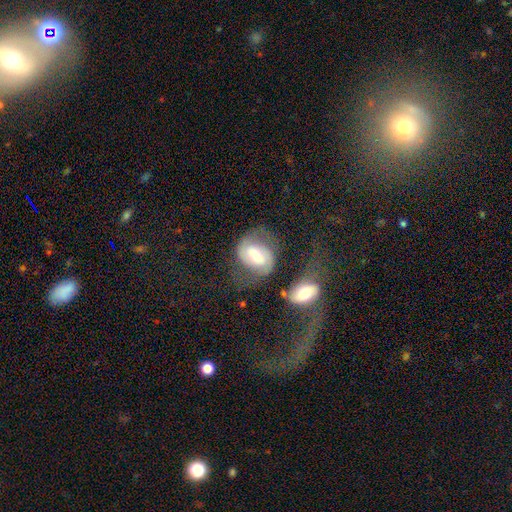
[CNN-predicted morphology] smooth-or-featured: featured or disk: 62% | smooth: 31% | star or artifact: 7%
  disk-edge-on: no: 96% | yes: 4%
    bar: weak: 43% | strong: 34% | no: 23%
    has-spiral-arms: yes: 81% | no: 19%
    bulge-size: moderate: 61% | small: 26% | large: 9% | dominant: 2% | none: 1%
  merging: none: 52% | minor disturbance: 19% | major disturbance: 17% | merger: 13%